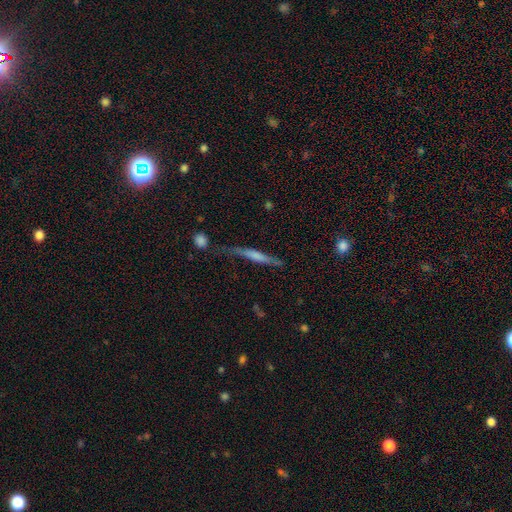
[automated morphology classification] Smooth or featured: smooth — 49% (featured or disk — 44%)
Merging: none — 57% (minor disturbance — 26%)